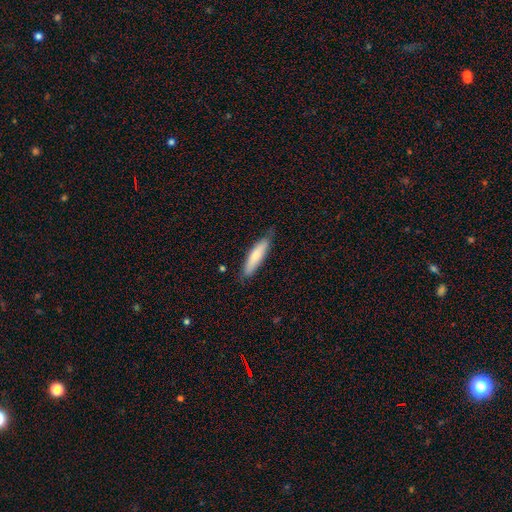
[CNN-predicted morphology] smooth 74%, featured or disk 21%, star or artifact 5%. Down the decision tree: how rounded — cigar-shaped (75%); merging — none (79%).